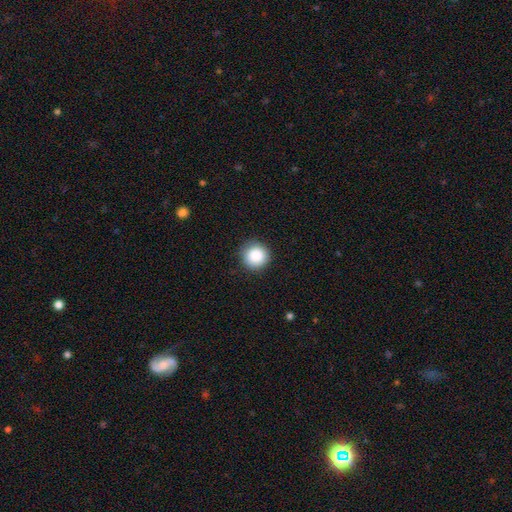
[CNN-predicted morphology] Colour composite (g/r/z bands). It shows a smooth galaxy with no disk features (87%) that is round (95%). Merging: none (89%).